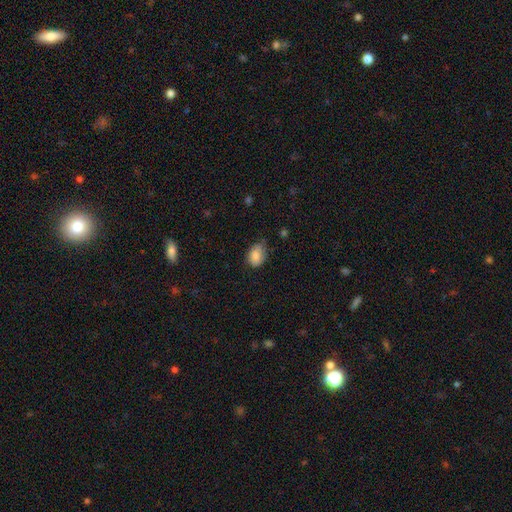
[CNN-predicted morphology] The model was most divided on "merging": none: 60%, minor disturbance: 32%, major disturbance: 6%, merger: 1%. More confident: smooth or featured — smooth (80%); how rounded — in between (70%).